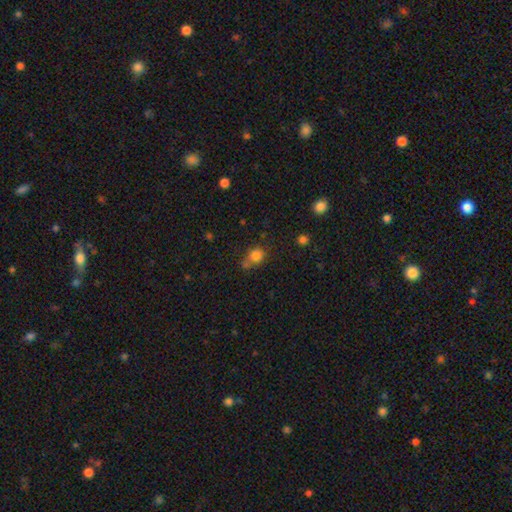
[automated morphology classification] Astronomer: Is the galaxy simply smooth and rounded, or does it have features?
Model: smooth — 80%.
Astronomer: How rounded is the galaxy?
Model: round — 76%.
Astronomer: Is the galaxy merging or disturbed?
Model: none — 53%.